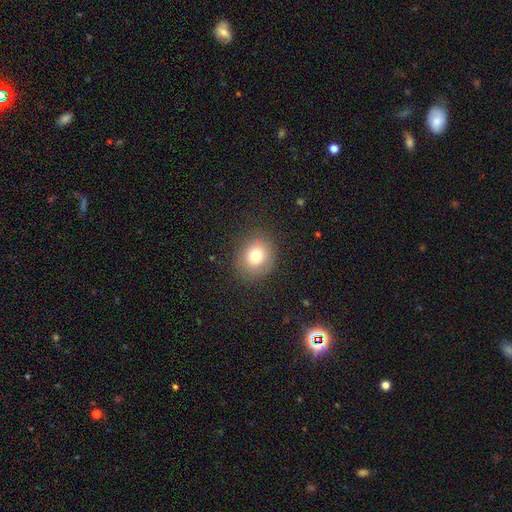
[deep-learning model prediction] This is likely a smooth galaxy (79%). How rounded: likely round (72%). Merging: clearly none (84%).